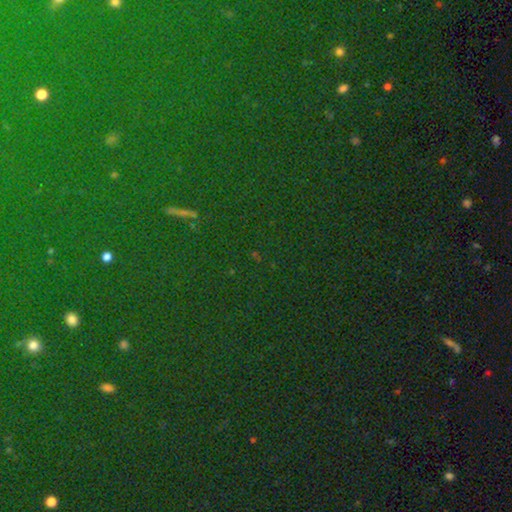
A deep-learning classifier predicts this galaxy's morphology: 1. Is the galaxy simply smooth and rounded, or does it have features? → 81% star or artifact, 11% smooth, 8% featured or disk.